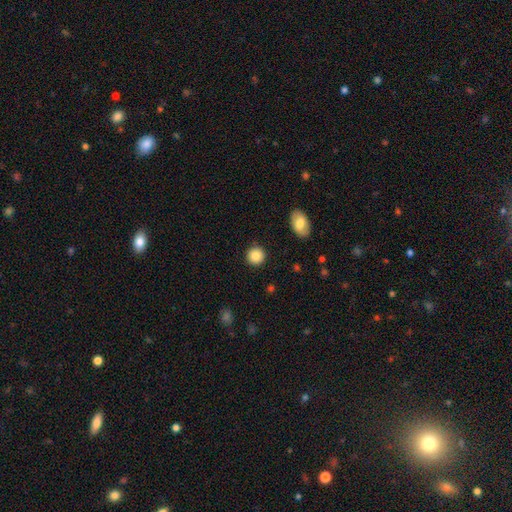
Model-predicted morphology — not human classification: Smooth or featured: smooth — 87% (star or artifact — 9%)
How rounded: round — 92% (in between — 7%)
Merging: none — 90% (minor disturbance — 6%)